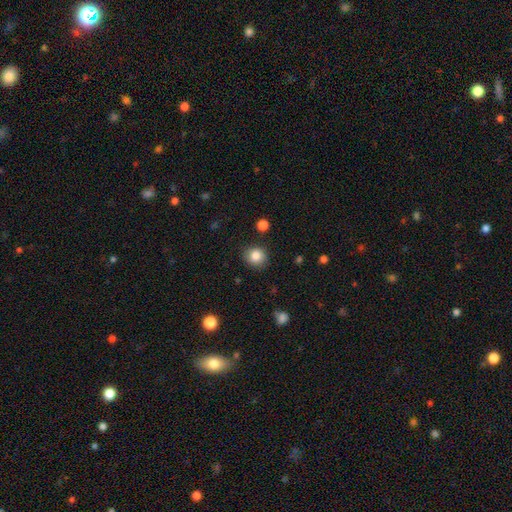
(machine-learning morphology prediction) Q: Smooth or featured?
A: smooth (84%); runner-up: star or artifact (10%)
Q: How rounded?
A: round (86%); runner-up: in between (14%)
Q: Merging?
A: none (88%); runner-up: minor disturbance (8%)